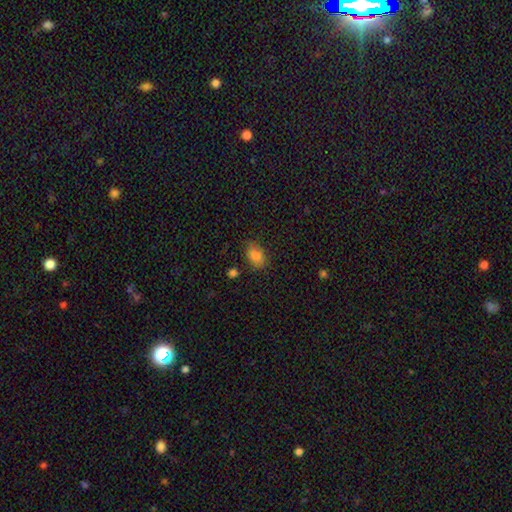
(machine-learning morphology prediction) smooth_or_featured: smooth (p=0.83) [alt: star or artifact p=0.09]
how_rounded: in between (p=0.84) [alt: round p=0.15]
merging: none (p=0.79) [alt: minor disturbance p=0.15]